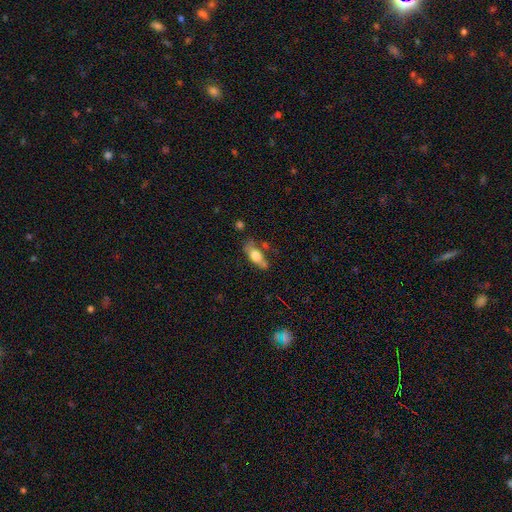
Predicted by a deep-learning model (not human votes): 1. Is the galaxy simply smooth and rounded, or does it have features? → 60% smooth, 33% featured or disk, 7% star or artifact.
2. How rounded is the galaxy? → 69% in between, 27% cigar-shaped, 4% round.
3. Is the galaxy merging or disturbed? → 55% none, 27% minor disturbance, 10% major disturbance, 8% merger.